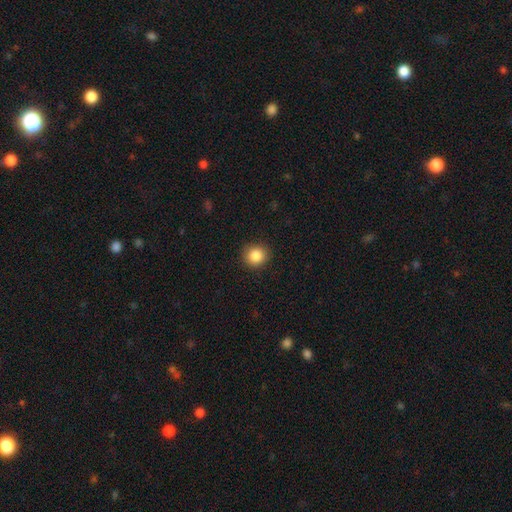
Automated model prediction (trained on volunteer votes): A smooth galaxy with no disk features (86%) that is round (88%). Merging: none (91%).